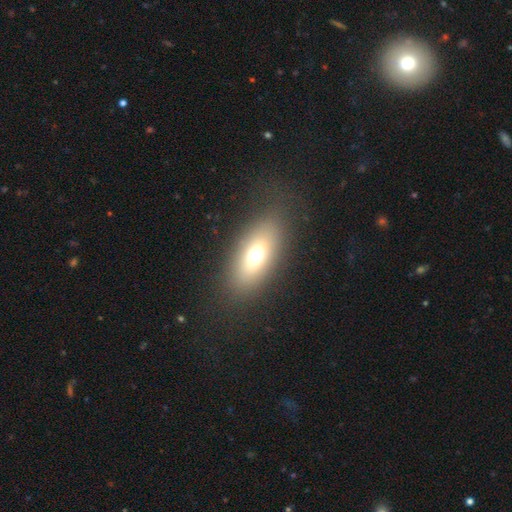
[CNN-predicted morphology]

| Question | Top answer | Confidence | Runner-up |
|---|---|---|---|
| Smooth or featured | smooth | 66% | featured or disk (21%) |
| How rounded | in between | 81% | round (11%) |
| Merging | none | 82% | minor disturbance (10%) |